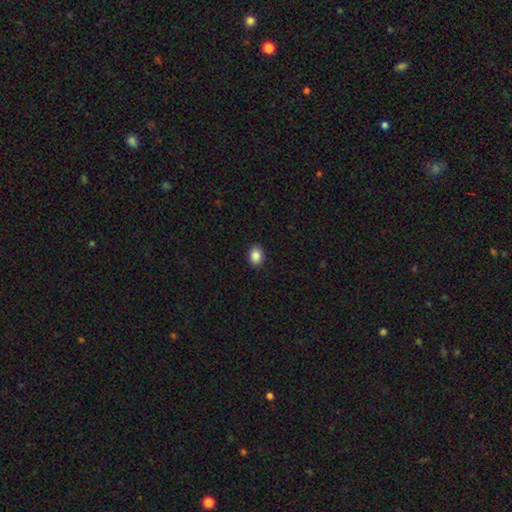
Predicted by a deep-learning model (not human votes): Smooth or featured?
  - smooth: 88% *
  - star or artifact: 8%
  - featured or disk: 4%
How rounded?
  - in between: 68% *
  - round: 31%
  - cigar-shaped: 1%
Merging?
  - none: 90% *
  - minor disturbance: 7%
  - major disturbance: 2%
  - merger: 1%